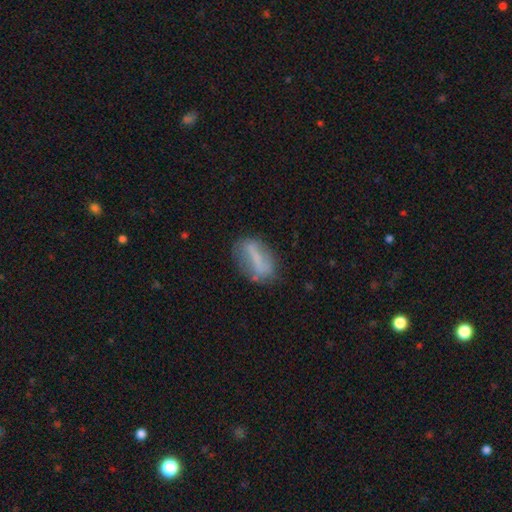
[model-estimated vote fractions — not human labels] This appears to be a smooth galaxy with no disk features (50%) that is in between round and cigar-shaped (73%). Merging: none (68%).